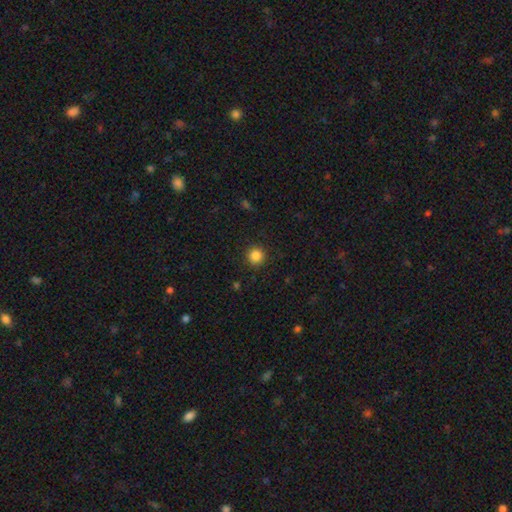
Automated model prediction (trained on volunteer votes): The model was most divided on "smooth or featured": smooth: 85%, star or artifact: 11%, featured or disk: 4%. More confident: how rounded — round (95%); merging — none (92%).